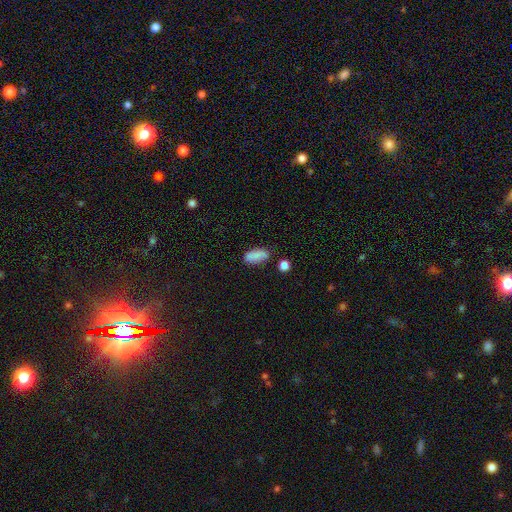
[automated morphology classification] smooth_or_featured: smooth (p=0.83) [alt: star or artifact p=0.09]
how_rounded: in between (p=0.86) [alt: cigar-shaped p=0.10]
merging: none (p=0.71) [alt: minor disturbance p=0.18]